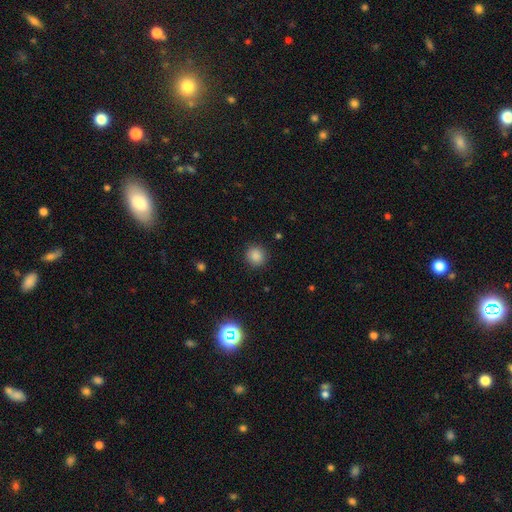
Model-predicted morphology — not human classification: The model was most divided on "smooth or featured": smooth: 85%, star or artifact: 12%, featured or disk: 4%. More confident: how rounded — round (90%); merging — none (90%).